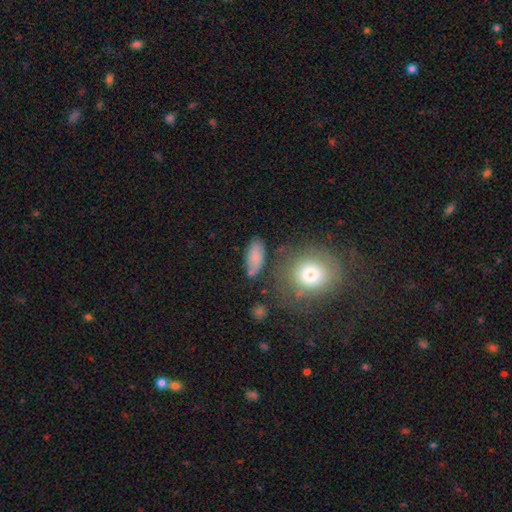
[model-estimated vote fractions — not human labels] The model was most divided on "merging": none: 69%, minor disturbance: 17%, merger: 8%, major disturbance: 6%. More confident: how rounded — in between (85%); smooth or featured — smooth (78%).